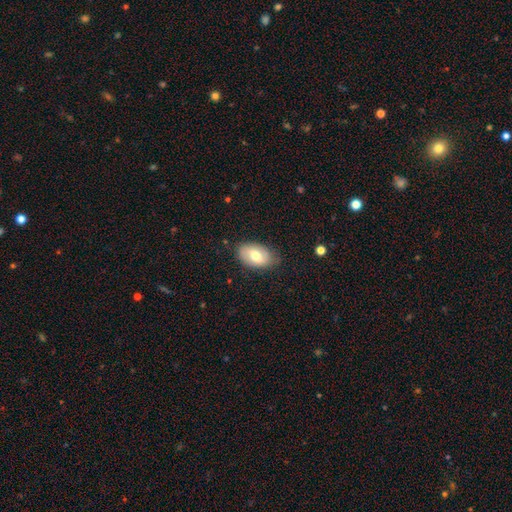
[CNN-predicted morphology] This appears to be a smooth galaxy with no disk features (68%) that is in between round and cigar-shaped (91%). Merging: none (78%).